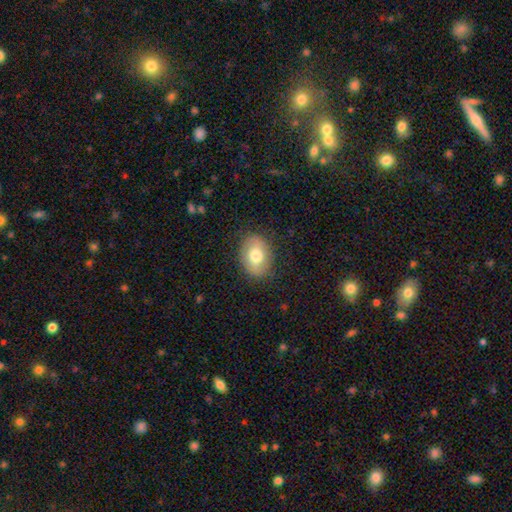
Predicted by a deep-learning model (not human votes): Smooth or featured? smooth (72%)
How rounded? in between (76%)
Merging? none (84%)